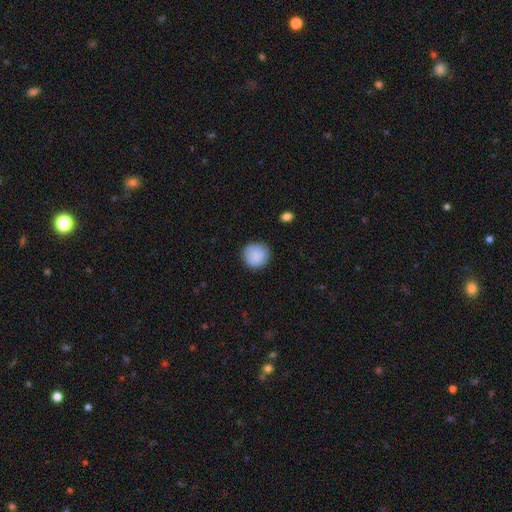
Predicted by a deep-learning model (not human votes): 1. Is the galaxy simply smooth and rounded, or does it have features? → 87% smooth, 7% star or artifact, 6% featured or disk.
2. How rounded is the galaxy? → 93% round, 6% in between, 1% cigar-shaped.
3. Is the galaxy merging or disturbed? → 88% none, 9% minor disturbance, 2% major disturbance, 1% merger.